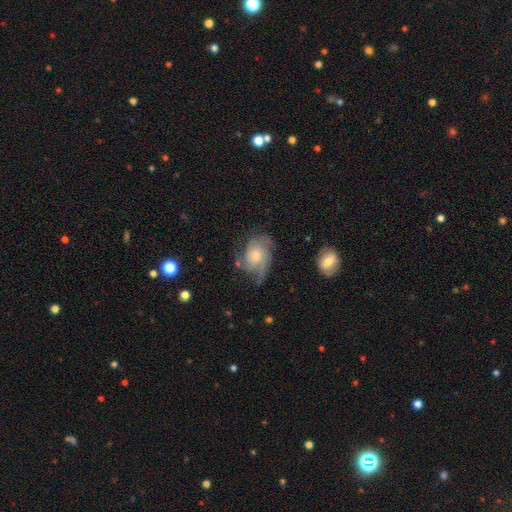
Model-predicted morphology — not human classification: A featured or disk galaxy (66%) with no bar (79%), medium (41%) spiral arms (87%) and a moderate central bulge (53%). Merging: none (48%).